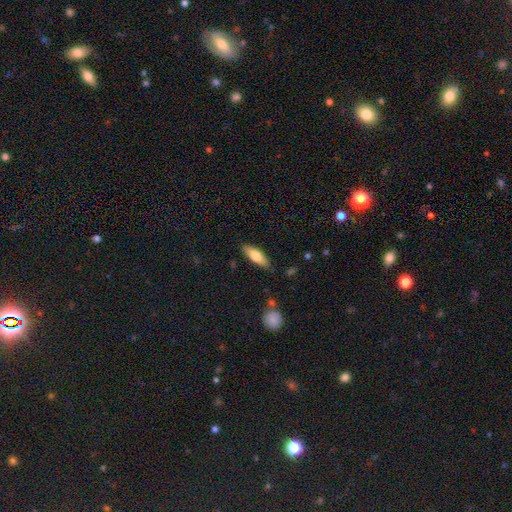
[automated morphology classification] Q: Smooth or featured?
A: smooth (73%); runner-up: featured or disk (21%)
Q: How rounded?
A: in between (59%); runner-up: cigar-shaped (39%)
Q: Merging?
A: none (84%); runner-up: minor disturbance (12%)